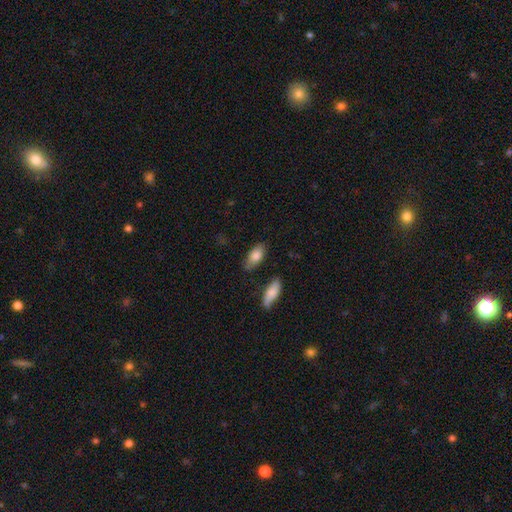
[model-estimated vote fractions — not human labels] smooth 82%, featured or disk 12%, star or artifact 6%. Down the decision tree: how rounded — in between (90%); merging — none (75%).